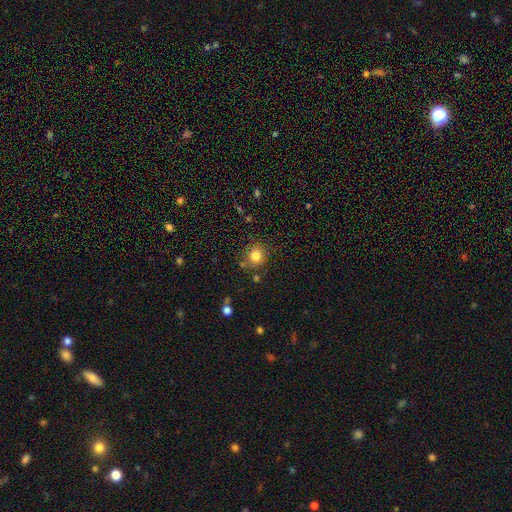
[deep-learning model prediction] A smooth galaxy with no disk features (81%) that is round (84%). Merging: none (80%).